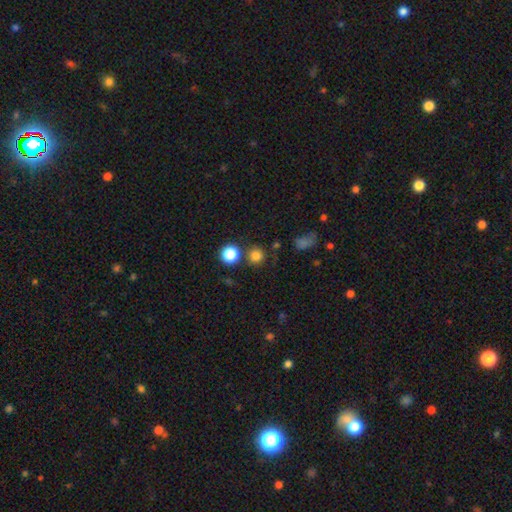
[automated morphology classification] smooth 79%, star or artifact 16%, featured or disk 5%. Down the decision tree: how rounded — round (93%); merging — none (76%).